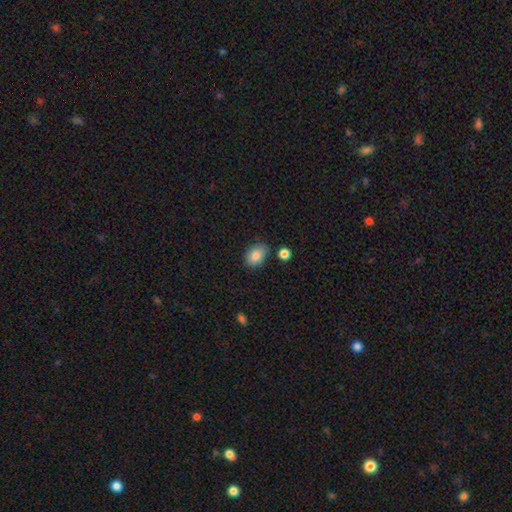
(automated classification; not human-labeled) This is clearly a smooth galaxy (84%). How rounded: likely in between (76%). Merging: likely none (76%).